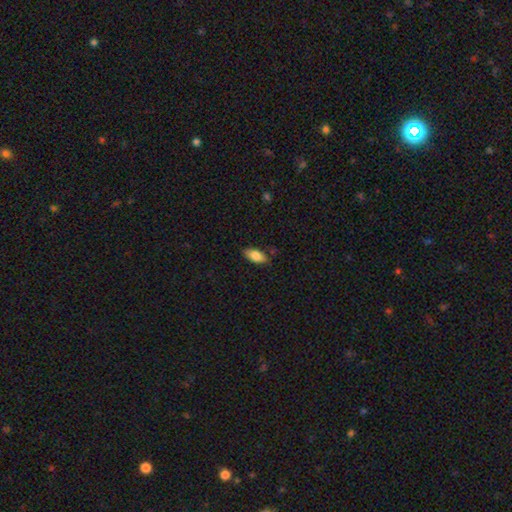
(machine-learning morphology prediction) Smooth or featured: smooth — 83% (featured or disk — 10%)
How rounded: in between — 88% (cigar-shaped — 9%)
Merging: none — 82% (minor disturbance — 14%)